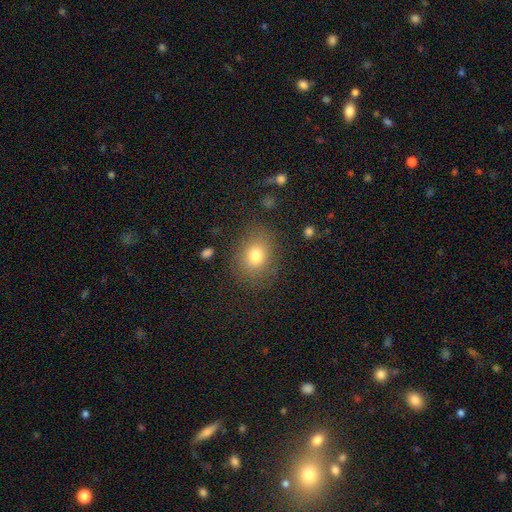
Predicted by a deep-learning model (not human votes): smooth-or-featured: smooth: 77% | star or artifact: 12% | featured or disk: 11%
  how-rounded: in between: 50% | round: 49% | cigar-shaped: 1%
  merging: none: 79% | minor disturbance: 14% | major disturbance: 6% | merger: 2%